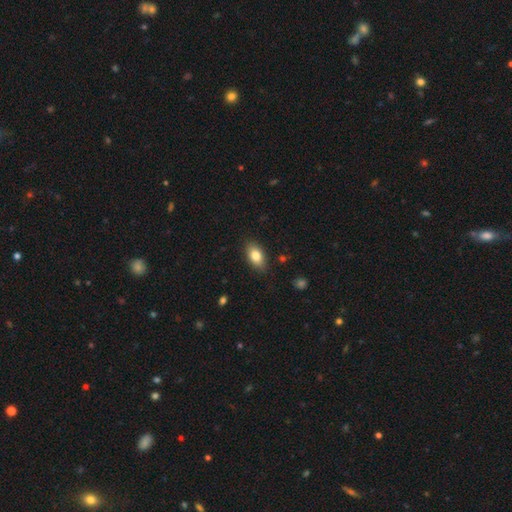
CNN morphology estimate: smooth-or-featured: smooth: 81% | featured or disk: 11% | star or artifact: 7%
  how-rounded: in between: 90% | round: 7% | cigar-shaped: 3%
  merging: none: 86% | minor disturbance: 11% | major disturbance: 2% | merger: 1%